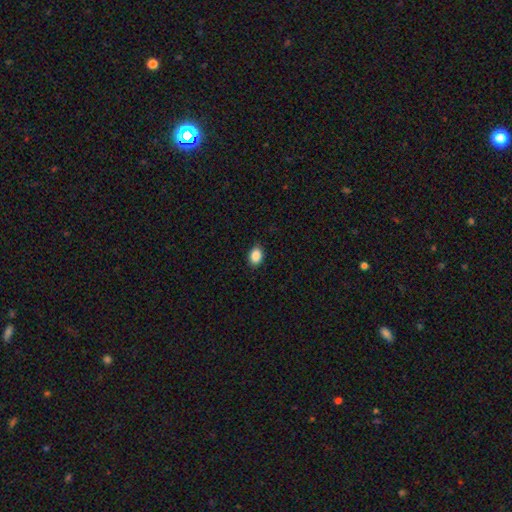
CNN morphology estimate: Smooth or featured: smooth — 88% (star or artifact — 8%)
How rounded: in between — 76% (round — 22%)
Merging: none — 86% (minor disturbance — 11%)